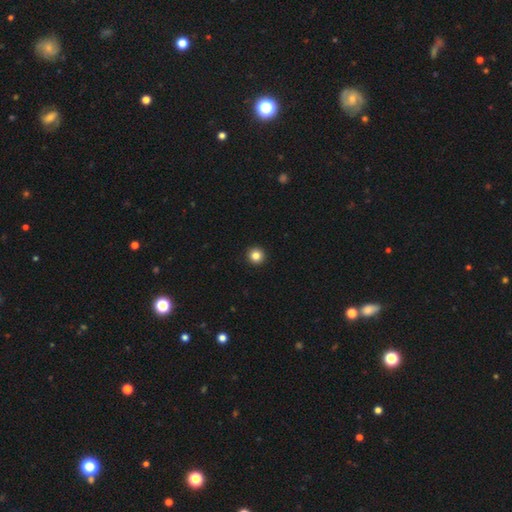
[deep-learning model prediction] Smooth or featured? Predicted: smooth (p=0.84). How rounded? Predicted: round (p=0.96). Merging? Predicted: none (p=0.94).